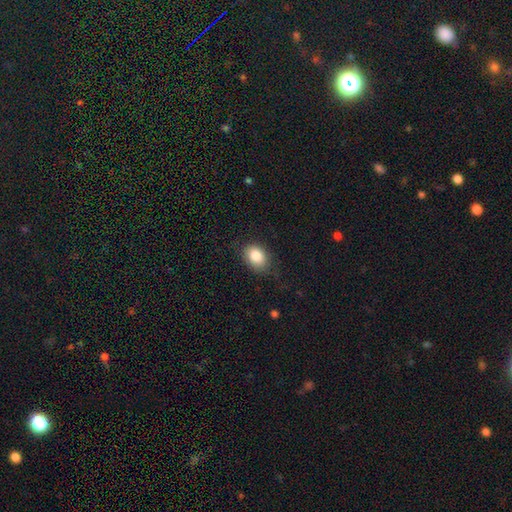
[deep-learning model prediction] The model was most divided on "how rounded": in between: 69%, round: 30%, cigar-shaped: 1%. More confident: smooth or featured — smooth (85%); merging — none (79%).